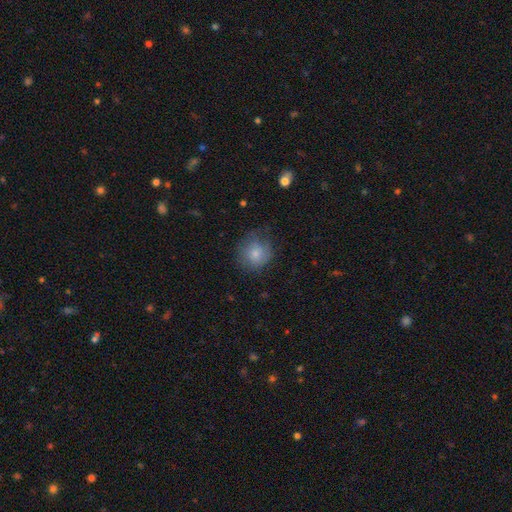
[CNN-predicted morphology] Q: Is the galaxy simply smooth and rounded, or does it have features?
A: smooth — 68%.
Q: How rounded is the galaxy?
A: round — 88%.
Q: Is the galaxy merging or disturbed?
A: none — 71%.